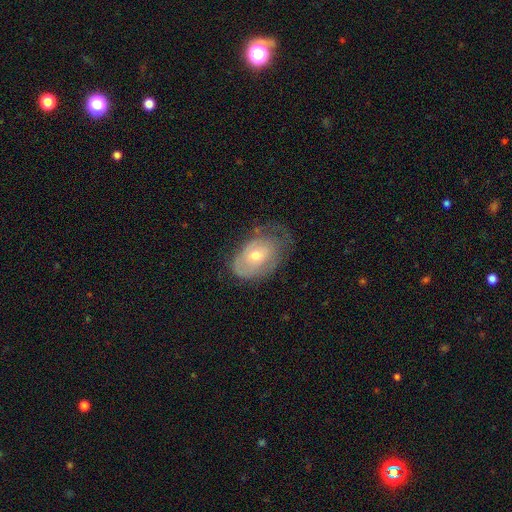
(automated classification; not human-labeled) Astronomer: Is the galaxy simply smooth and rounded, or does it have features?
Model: featured or disk — 49% (runner-up: smooth, 44%).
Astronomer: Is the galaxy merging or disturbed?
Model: none — 43% (runner-up: minor disturbance, 33%).